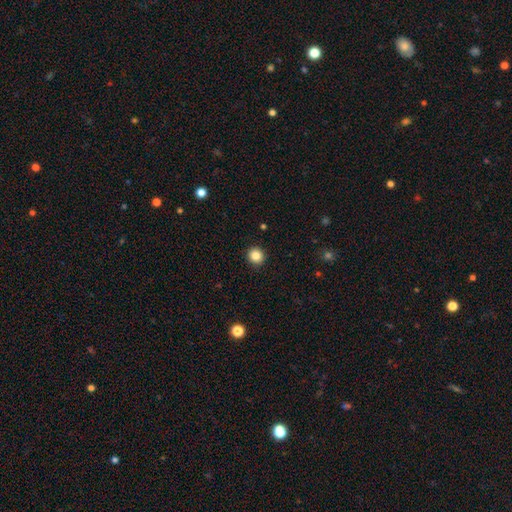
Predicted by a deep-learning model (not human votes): Q: Smooth or featured?
A: smooth (85%); runner-up: star or artifact (11%)
Q: How rounded?
A: round (93%); runner-up: in between (6%)
Q: Merging?
A: none (93%); runner-up: minor disturbance (5%)